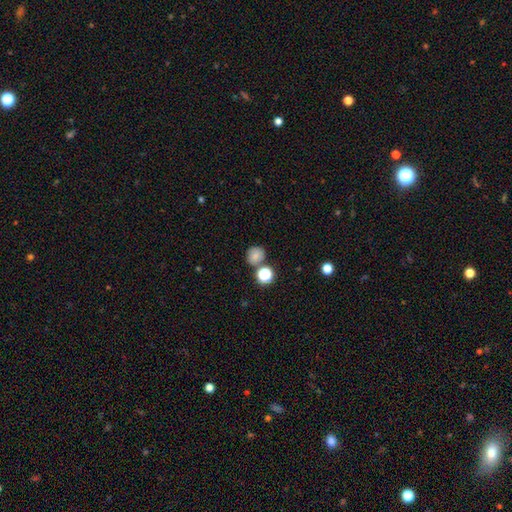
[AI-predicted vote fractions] A smooth galaxy with no disk features (77%) that is round (81%). Merging: none (68%).